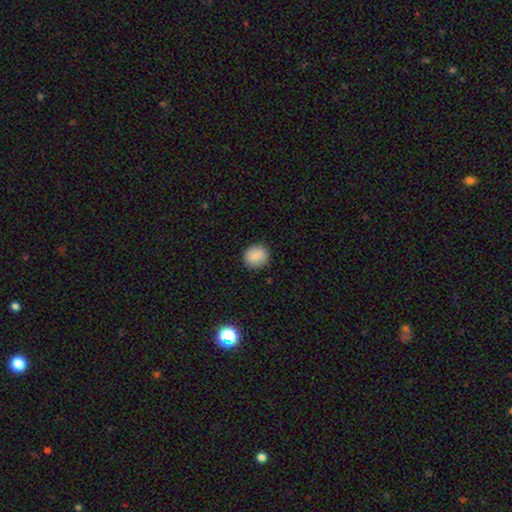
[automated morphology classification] Smooth or featured? Predicted: smooth (p=0.88). How rounded? Predicted: round (p=0.85). Merging? Predicted: none (p=0.89).